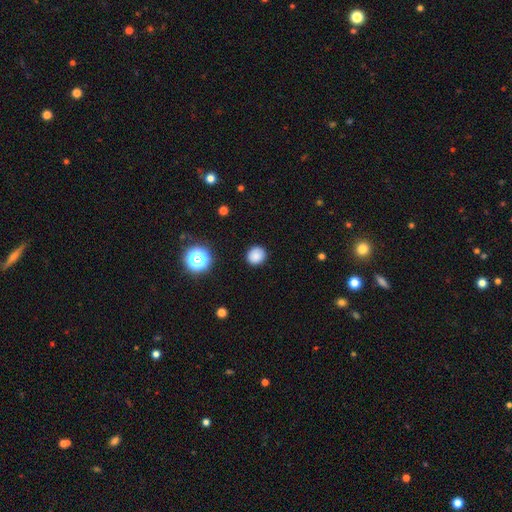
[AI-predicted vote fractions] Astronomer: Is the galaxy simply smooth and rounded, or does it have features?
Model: smooth — 84%.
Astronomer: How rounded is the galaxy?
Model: round — 86%.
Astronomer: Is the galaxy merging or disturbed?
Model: none — 90%.